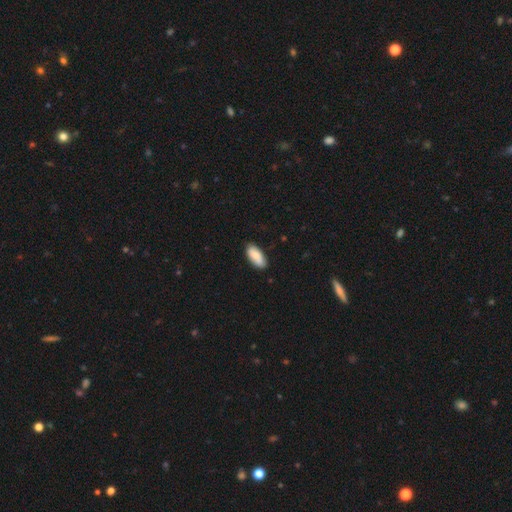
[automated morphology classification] Smooth or featured?
  - smooth: 82% *
  - featured or disk: 12%
  - star or artifact: 6%
How rounded?
  - in between: 88% *
  - cigar-shaped: 10%
  - round: 2%
Merging?
  - none: 81% *
  - minor disturbance: 16%
  - major disturbance: 2%
  - merger: 1%